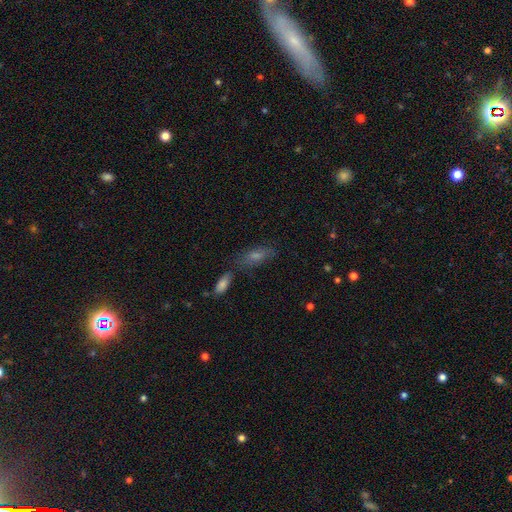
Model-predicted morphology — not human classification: A smooth galaxy with no disk features (51%) that is in between round and cigar-shaped (67%).

Vote fractions:
- Smooth or featured? smooth: 51% / featured or disk: 29% / star or artifact: 20%
- How rounded? in between: 67% / cigar-shaped: 27% / round: 5%
- Merging? none: 62% / merger: 16% / minor disturbance: 15% / major disturbance: 6%